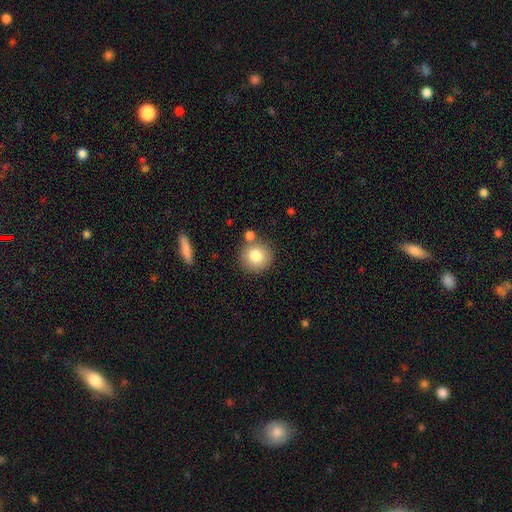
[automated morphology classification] Smooth or featured: smooth — 80% (featured or disk — 10%)
How rounded: round — 91% (in between — 8%)
Merging: none — 76% (merger — 11%)